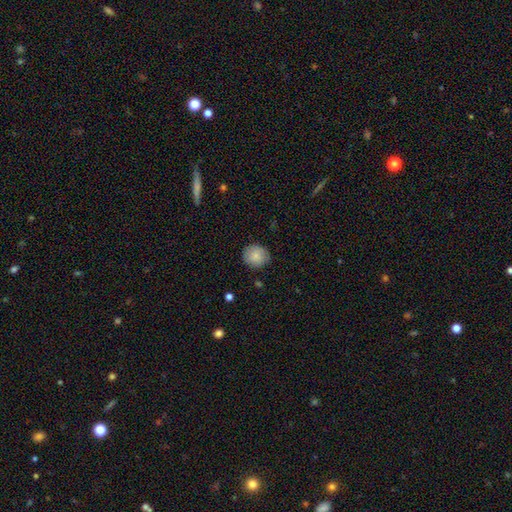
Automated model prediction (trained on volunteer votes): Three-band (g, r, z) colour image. It shows a smooth galaxy with no disk features (84%) that is round (86%). Merging: none (85%).